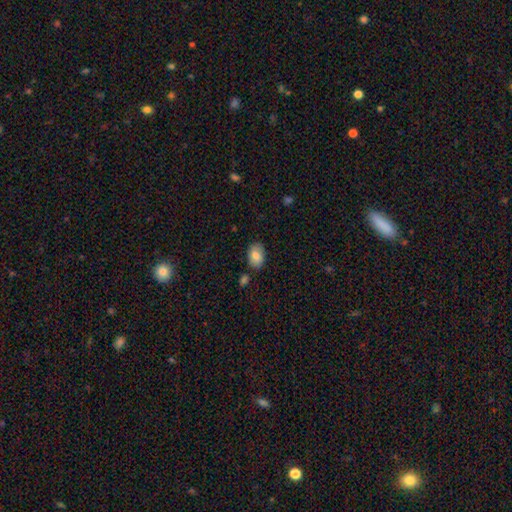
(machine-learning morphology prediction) A smooth galaxy with no disk features (82%) that is in between round and cigar-shaped (89%).

Vote fractions:
- Smooth or featured? smooth: 82% / featured or disk: 12% / star or artifact: 7%
- How rounded? in between: 89% / round: 10% / cigar-shaped: 1%
- Merging? none: 82% / minor disturbance: 12% / merger: 3% / major disturbance: 2%